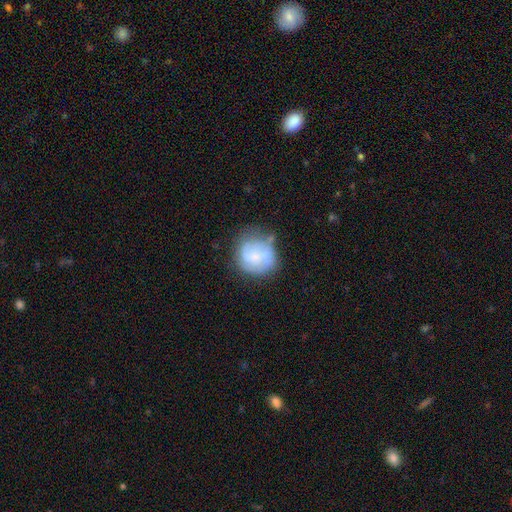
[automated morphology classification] Q: Smooth or featured?
A: featured or disk (48%); runner-up: smooth (45%)
Q: Merging?
A: none (52%); runner-up: minor disturbance (27%)